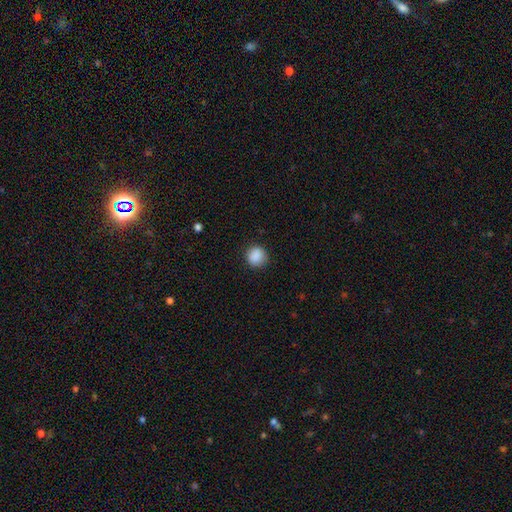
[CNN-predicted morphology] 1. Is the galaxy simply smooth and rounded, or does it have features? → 88% smooth, 9% star or artifact, 3% featured or disk.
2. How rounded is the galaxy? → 87% round, 12% in between, 1% cigar-shaped.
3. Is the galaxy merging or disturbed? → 86% none, 10% minor disturbance, 3% major disturbance, 1% merger.